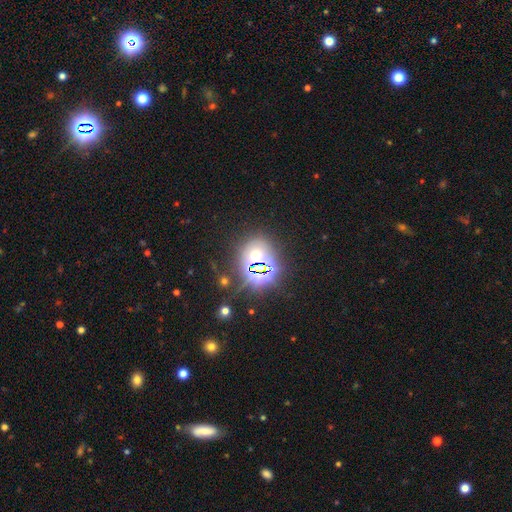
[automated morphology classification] Smooth or featured?
  - star or artifact: 58% *
  - smooth: 33%
  - featured or disk: 9%